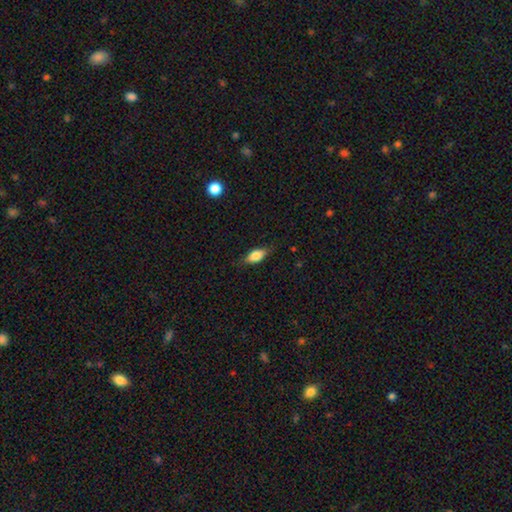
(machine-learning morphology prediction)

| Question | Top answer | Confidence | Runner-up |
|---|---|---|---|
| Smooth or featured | smooth | 78% | featured or disk (15%) |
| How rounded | in between | 84% | cigar-shaped (11%) |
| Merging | none | 79% | minor disturbance (16%) |